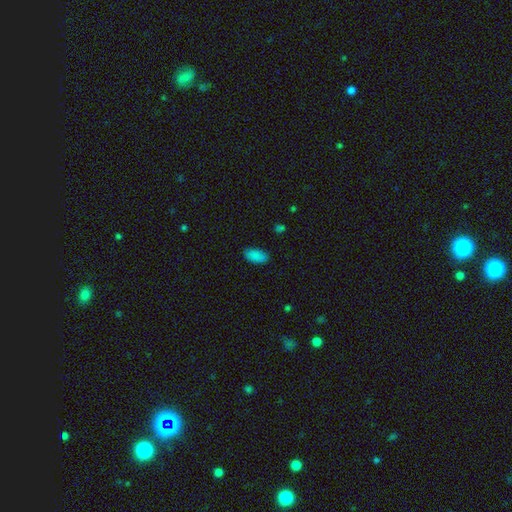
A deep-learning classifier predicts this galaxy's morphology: This is clearly a smooth galaxy (87%). How rounded: clearly in between (93%). Merging: clearly none (86%).